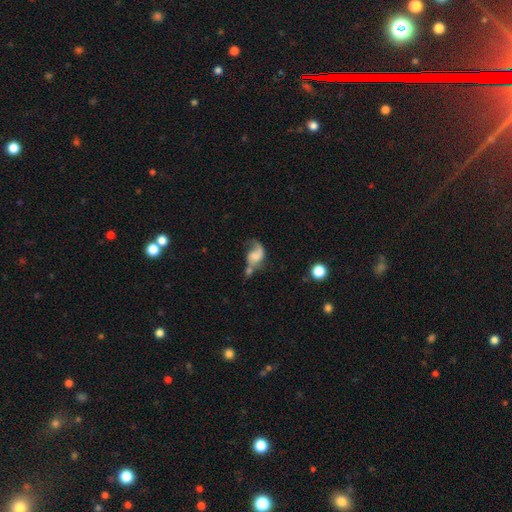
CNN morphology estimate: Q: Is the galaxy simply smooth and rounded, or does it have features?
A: featured or disk — 61%.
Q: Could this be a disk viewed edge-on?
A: no — 97%.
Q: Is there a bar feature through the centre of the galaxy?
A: no — 65%.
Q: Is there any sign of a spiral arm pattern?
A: yes — 85%.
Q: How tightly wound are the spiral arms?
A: loose — 71%.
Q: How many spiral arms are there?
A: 2 — 47%.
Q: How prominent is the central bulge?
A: none — 38%.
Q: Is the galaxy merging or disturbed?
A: major disturbance — 30%, tied with merger.